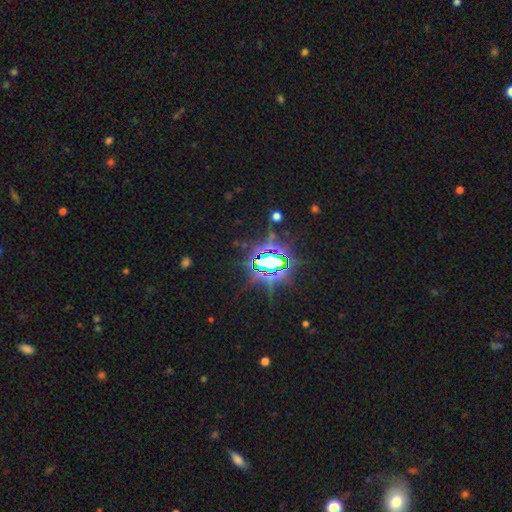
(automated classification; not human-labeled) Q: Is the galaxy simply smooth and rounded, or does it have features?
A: star or artifact — 85%.